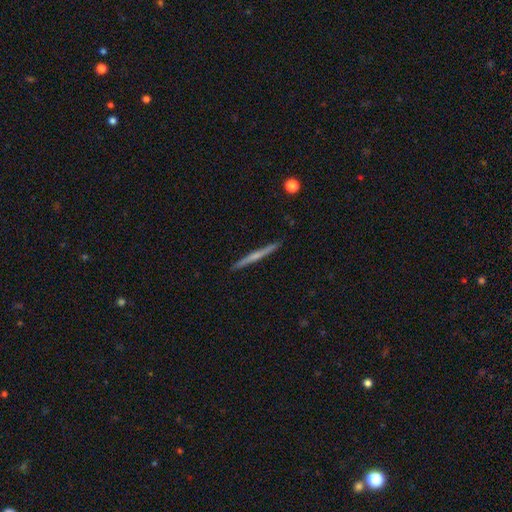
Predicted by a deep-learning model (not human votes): A featured or disk galaxy (59%) viewed edge-on (98%) with no central bulge (54%).

Vote fractions:
- Smooth or featured? featured or disk: 59% / smooth: 35% / star or artifact: 6%
- Edge-on disk? yes: 98% / no: 2%
- Edge-on bulge? none: 54% / rounded: 40% / boxy: 7%
- Merging? none: 92% / minor disturbance: 6% / major disturbance: 1% / merger: 1%